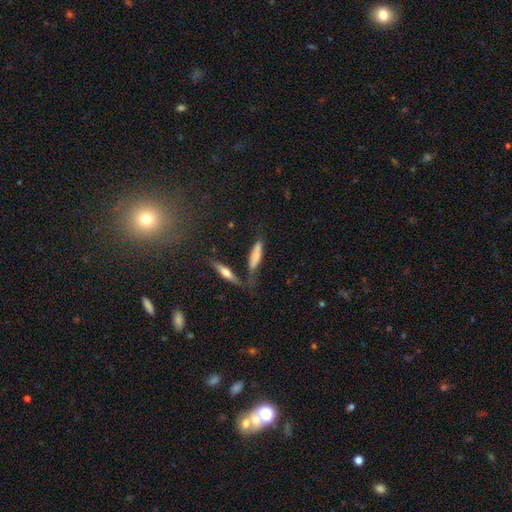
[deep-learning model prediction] smooth 72%, featured or disk 20%, star or artifact 8%. Down the decision tree: how rounded — cigar-shaped (69%); merging — none (54%).